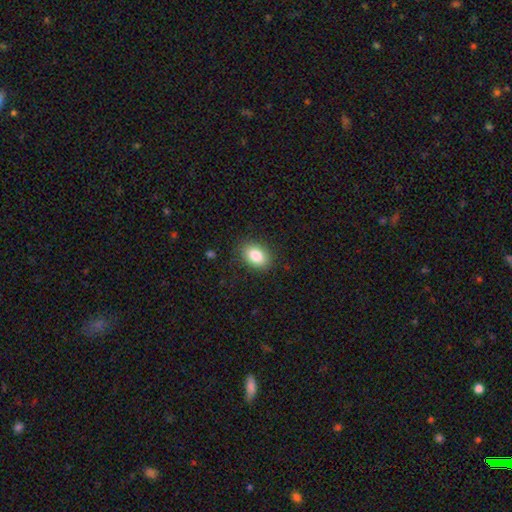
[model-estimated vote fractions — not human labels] Smooth or featured: smooth — 85% (star or artifact — 8%)
How rounded: in between — 83% (round — 16%)
Merging: none — 86% (minor disturbance — 10%)